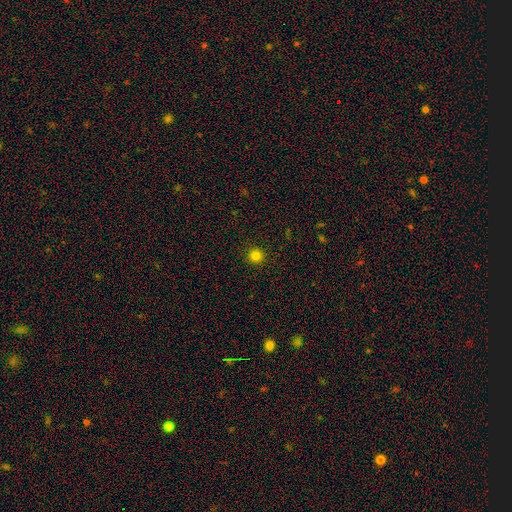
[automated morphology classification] Q: Smooth or featured?
A: smooth (81%); runner-up: star or artifact (14%)
Q: How rounded?
A: round (96%); runner-up: in between (3%)
Q: Merging?
A: none (93%); runner-up: minor disturbance (4%)